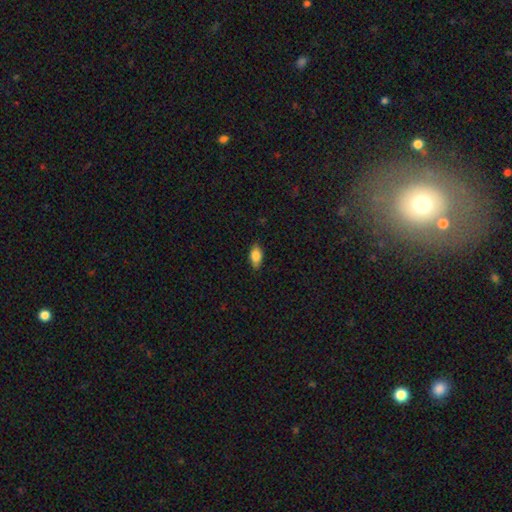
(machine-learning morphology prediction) smooth_or_featured: smooth (p=0.80) [alt: featured or disk p=0.13]
how_rounded: in between (p=0.87) [alt: cigar-shaped p=0.07]
merging: none (p=0.83) [alt: minor disturbance p=0.14]